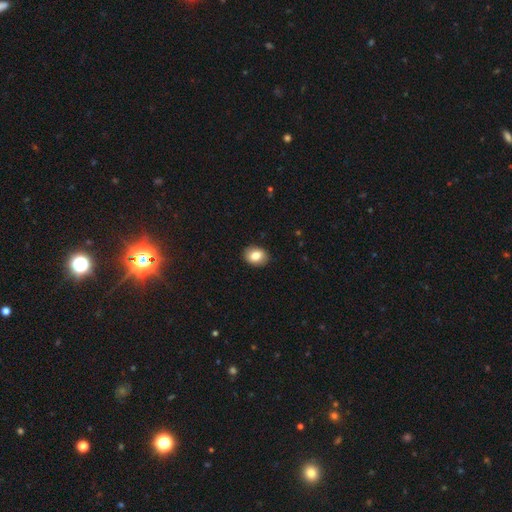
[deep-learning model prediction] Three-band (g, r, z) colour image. It shows a smooth galaxy with no disk features (82%) that is in between round and cigar-shaped (64%). Merging: none (89%).